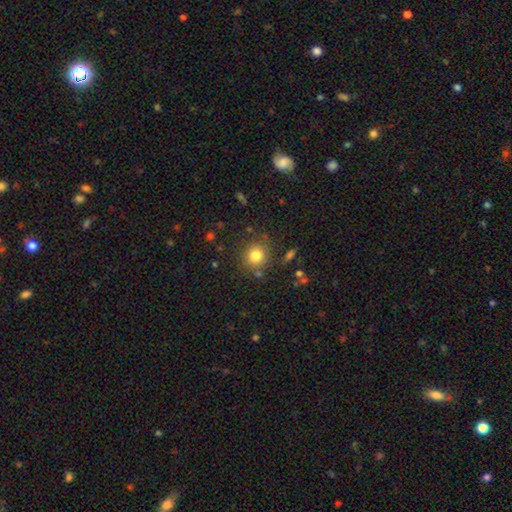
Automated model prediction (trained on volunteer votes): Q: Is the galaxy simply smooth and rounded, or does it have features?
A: smooth — 80%.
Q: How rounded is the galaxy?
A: round — 89%.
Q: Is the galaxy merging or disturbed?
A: none — 80%.